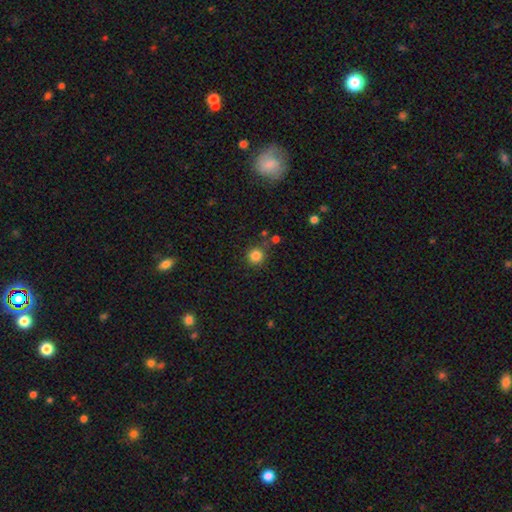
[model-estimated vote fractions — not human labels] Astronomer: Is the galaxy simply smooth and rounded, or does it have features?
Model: smooth — 83%.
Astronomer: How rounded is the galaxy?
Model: round — 93%.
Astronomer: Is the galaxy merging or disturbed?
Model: none — 79%.